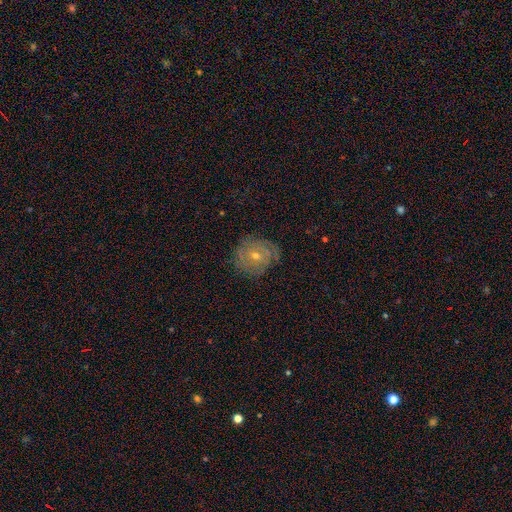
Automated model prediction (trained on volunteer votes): Smooth or featured? Predicted: featured or disk (p=0.64). Edge-on disk? Predicted: no (p=0.96). Bar? Predicted: no (p=0.76). Spiral arms? Predicted: yes (p=0.84). Spiral winding? Predicted: tight (p=0.72). Spiral arm count? Predicted: can't tell (p=0.47). Bulge size? Predicted: moderate (p=0.49). Merging? Predicted: none (p=0.78).